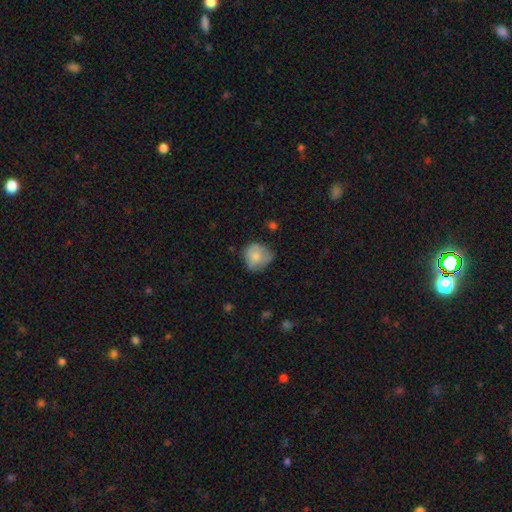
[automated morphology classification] This is likely a smooth galaxy (72%). How rounded: likely round (79%). Merging: possibly none (51%).